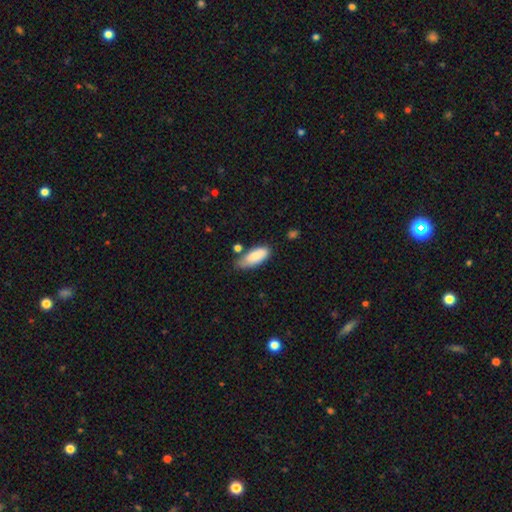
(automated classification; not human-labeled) This is clearly a smooth galaxy (83%). How rounded: clearly in between (82%). Merging: possibly none (58%).